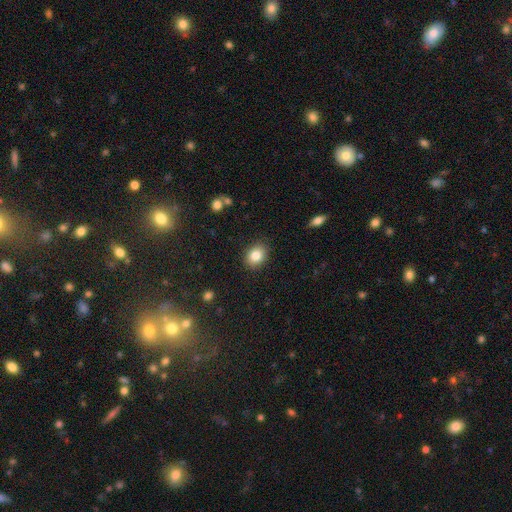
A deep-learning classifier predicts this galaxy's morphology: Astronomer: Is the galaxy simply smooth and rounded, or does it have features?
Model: smooth — 84%.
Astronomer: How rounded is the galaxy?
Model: in between — 51% (runner-up: round, 48%).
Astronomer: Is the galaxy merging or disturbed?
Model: none — 88%.